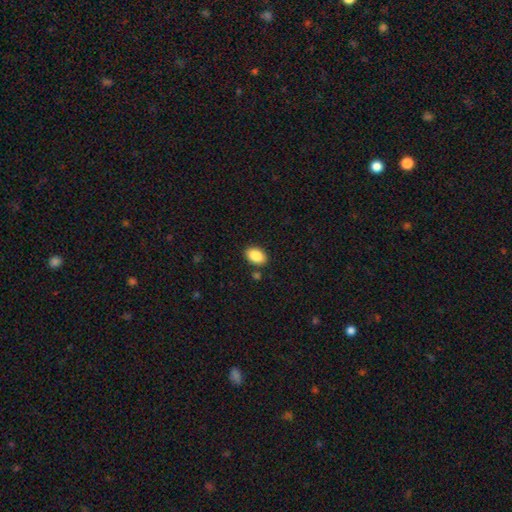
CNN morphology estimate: Smooth or featured: smooth — 88% (star or artifact — 7%)
How rounded: in between — 86% (round — 12%)
Merging: none — 85% (minor disturbance — 9%)